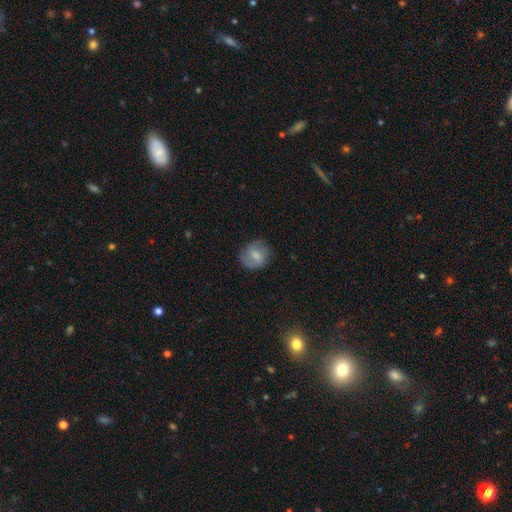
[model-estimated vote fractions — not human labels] The model was most divided on "smooth or featured": smooth: 57%, featured or disk: 36%, star or artifact: 8%. More confident: merging — none (71%); how rounded — round (70%).